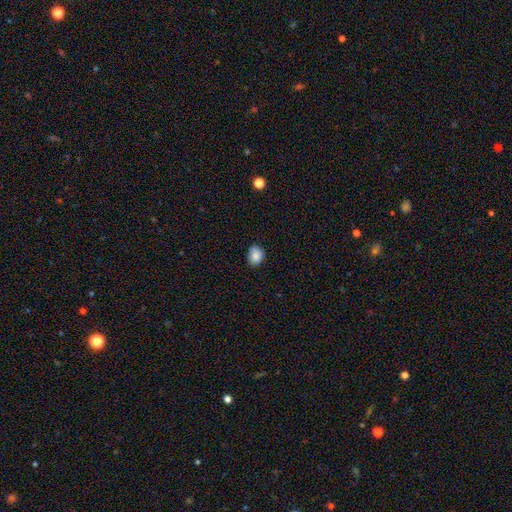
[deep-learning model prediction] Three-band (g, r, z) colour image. It shows a smooth galaxy with no disk features (85%) that is round (62%). Merging: none (80%).